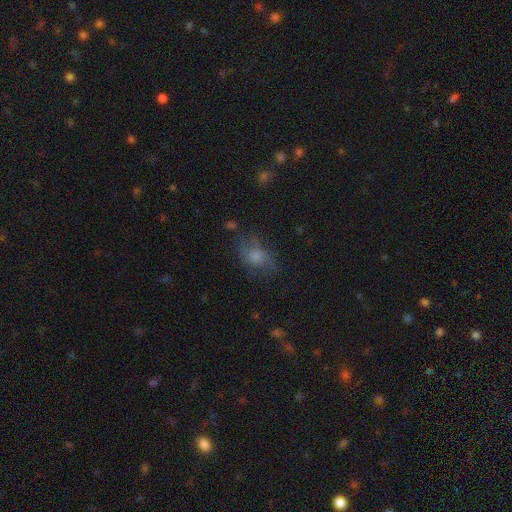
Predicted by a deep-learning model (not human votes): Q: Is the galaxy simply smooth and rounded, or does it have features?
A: smooth — 57%.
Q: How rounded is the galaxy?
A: in between — 73%.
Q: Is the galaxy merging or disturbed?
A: none — 62%.